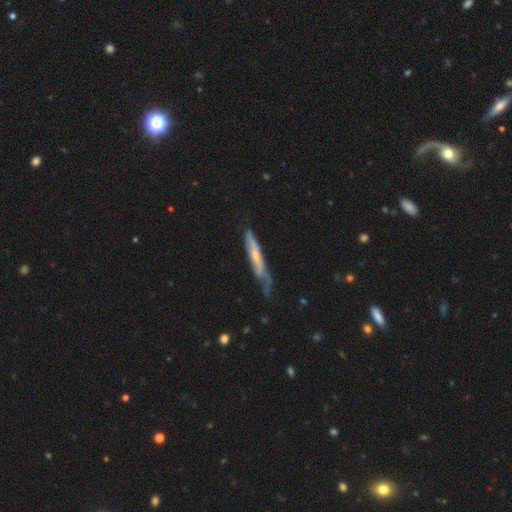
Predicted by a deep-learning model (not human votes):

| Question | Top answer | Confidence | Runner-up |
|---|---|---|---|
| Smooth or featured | featured or disk | 55% | smooth (39%) |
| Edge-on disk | yes | 67% | no (33%) |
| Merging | none | 43% | minor disturbance (35%) |